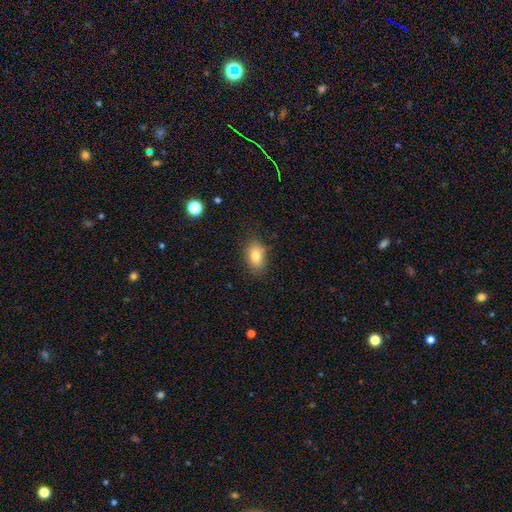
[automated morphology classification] Smooth or featured: smooth — 81% (featured or disk — 10%)
How rounded: in between — 85% (round — 14%)
Merging: none — 80% (minor disturbance — 15%)